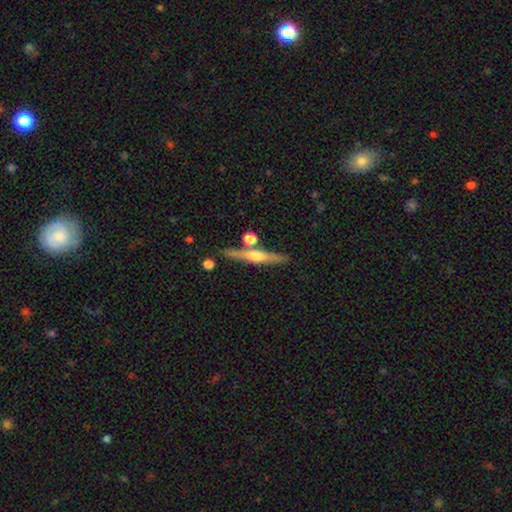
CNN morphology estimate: type=featured or disk (65%); edge-on=yes (95%); edge-on bulge=rounded (90%); merging=none (78%).